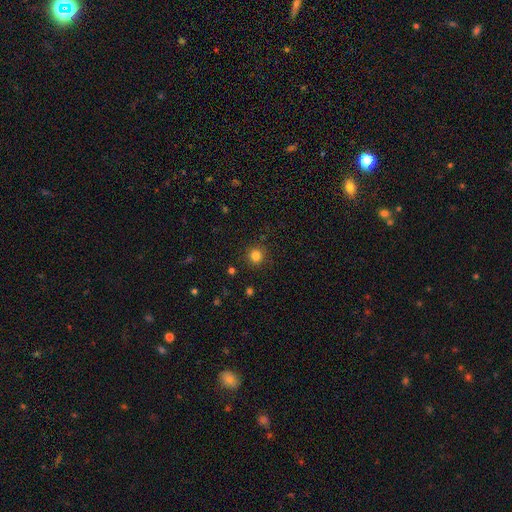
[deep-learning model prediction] This appears to be a smooth galaxy with no disk features (83%) that is round (93%). Merging: none (89%).